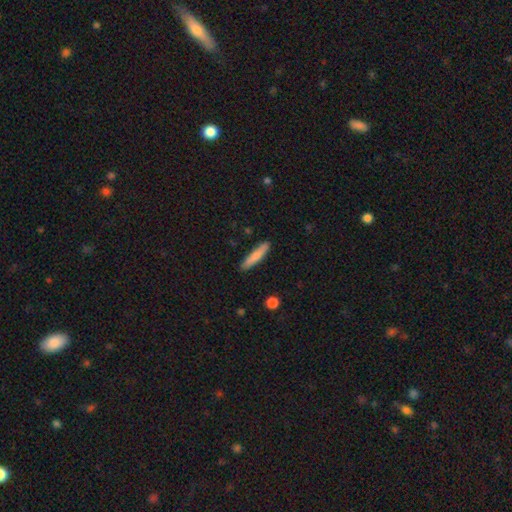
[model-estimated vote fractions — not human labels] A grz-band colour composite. It shows a smooth galaxy with no disk features (81%) that is cigar-shaped (89%). Merging: none (88%).